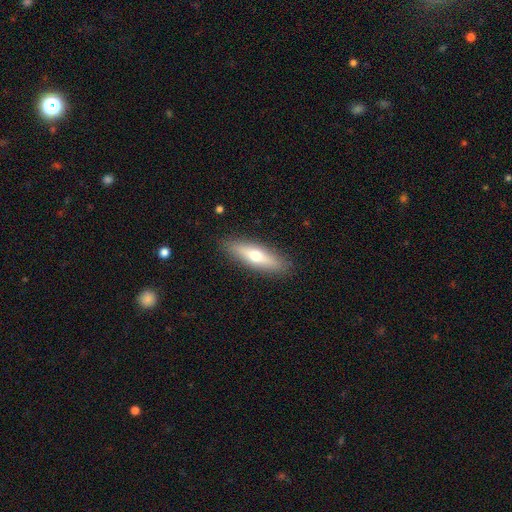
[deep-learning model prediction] Smooth or featured? smooth (56%)
How rounded? cigar-shaped (65%)
Merging? none (89%)